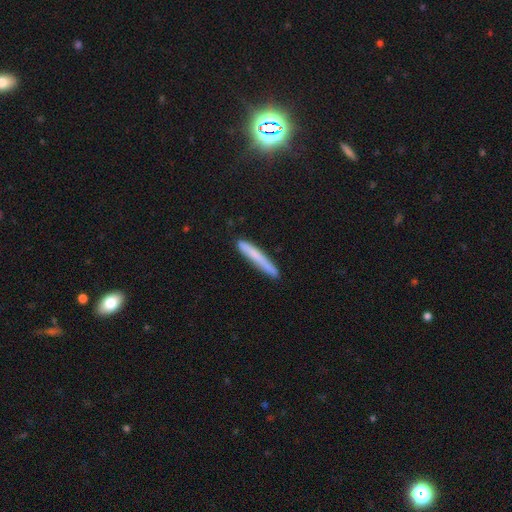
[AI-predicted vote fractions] This appears to be a smooth galaxy with no disk features (69%) that is cigar-shaped (96%). Merging: none (85%).